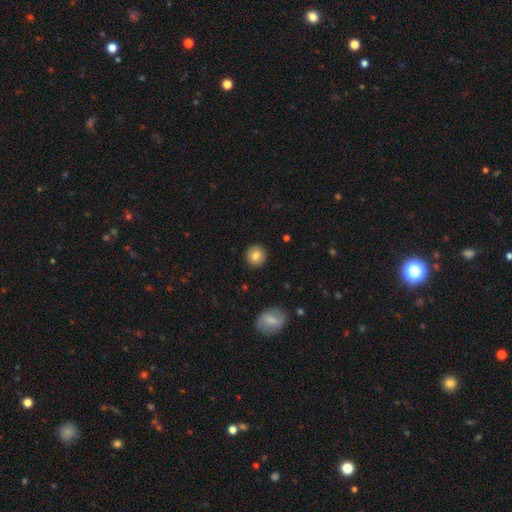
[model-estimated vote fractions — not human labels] Q: Smooth or featured?
A: smooth (82%); runner-up: featured or disk (9%)
Q: How rounded?
A: round (92%); runner-up: in between (7%)
Q: Merging?
A: none (91%); runner-up: minor disturbance (6%)